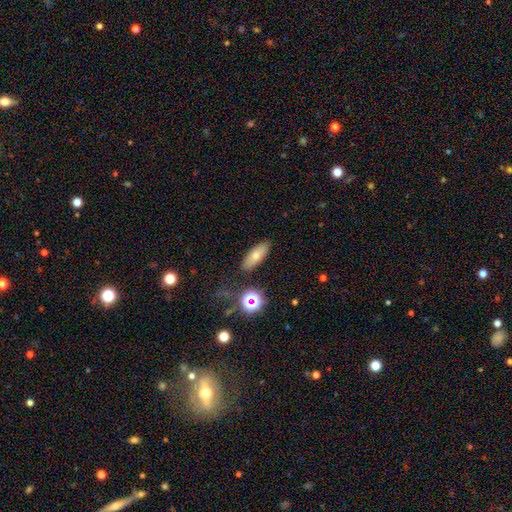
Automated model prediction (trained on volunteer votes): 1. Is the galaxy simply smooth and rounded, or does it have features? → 70% smooth, 18% featured or disk, 12% star or artifact.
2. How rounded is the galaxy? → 67% in between, 29% cigar-shaped, 5% round.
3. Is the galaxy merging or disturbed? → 86% none, 9% minor disturbance, 3% major disturbance, 2% merger.